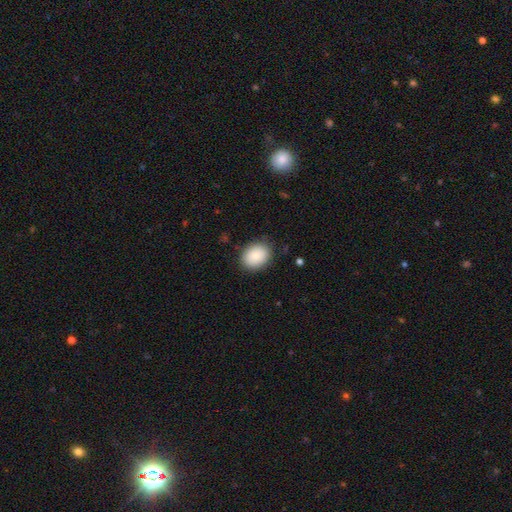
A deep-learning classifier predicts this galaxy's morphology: A smooth galaxy with no disk features (86%) that is in between round and cigar-shaped (53%).

Vote fractions:
- Smooth or featured? smooth: 86% / star or artifact: 7% / featured or disk: 6%
- How rounded? in between: 53% / round: 46% / cigar-shaped: 1%
- Merging? none: 86% / minor disturbance: 10% / major disturbance: 3% / merger: 1%